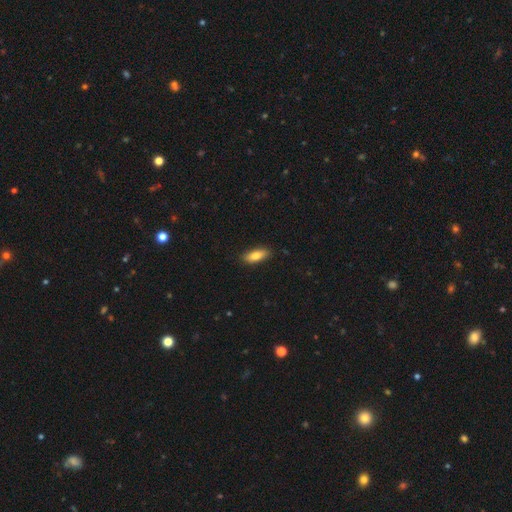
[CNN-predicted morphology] smooth 81%, featured or disk 13%, star or artifact 7%. Down the decision tree: how rounded — in between (74%); merging — none (87%).